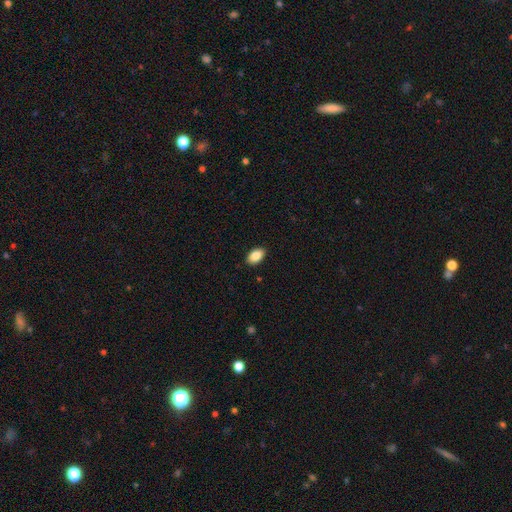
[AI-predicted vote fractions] This appears to be a smooth galaxy with no disk features (87%) that is in between round and cigar-shaped (92%). Merging: none (89%).